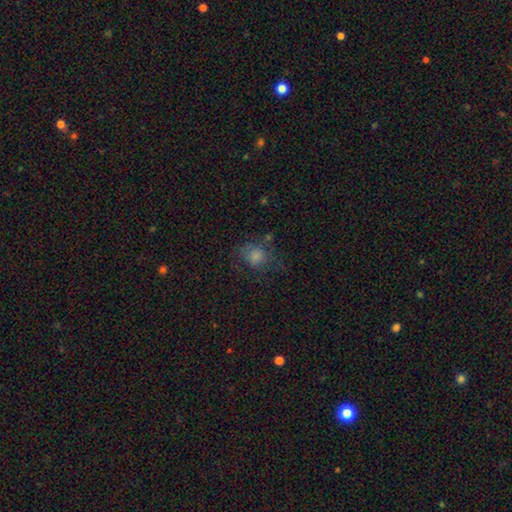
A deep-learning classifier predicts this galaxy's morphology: This is likely a smooth galaxy (69%). How rounded: likely round (65%). Merging: possibly none (54%).